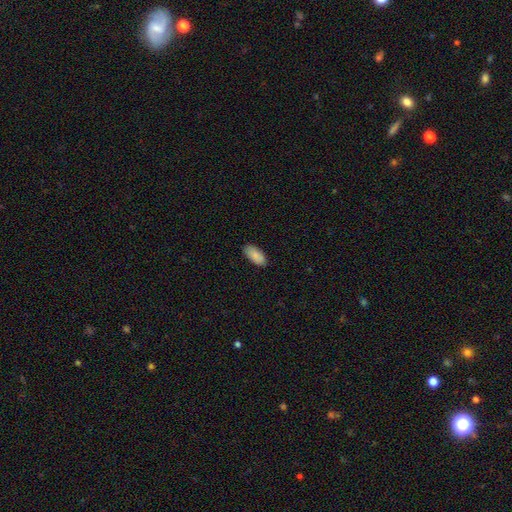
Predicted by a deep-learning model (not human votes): smooth 89%, star or artifact 6%, featured or disk 5%. Down the decision tree: how rounded — in between (91%); merging — none (87%).